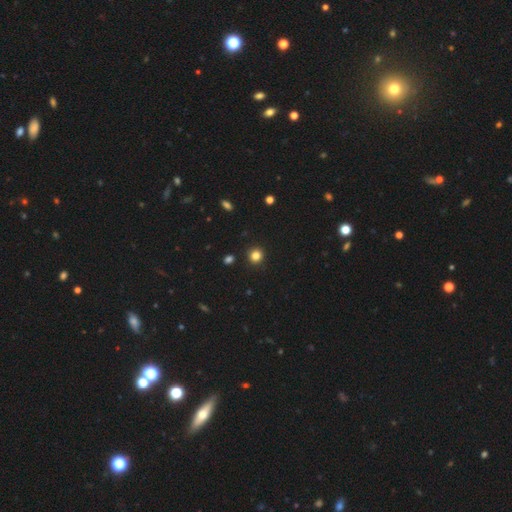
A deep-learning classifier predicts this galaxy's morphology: Q: Smooth or featured?
A: smooth (82%); runner-up: star or artifact (13%)
Q: How rounded?
A: round (91%); runner-up: in between (8%)
Q: Merging?
A: none (92%); runner-up: minor disturbance (5%)